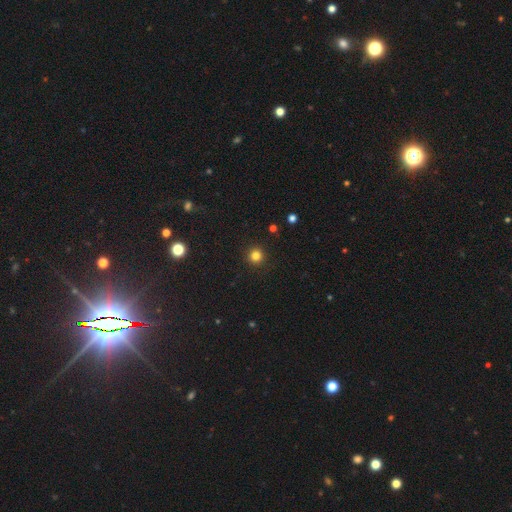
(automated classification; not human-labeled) A smooth galaxy with no disk features (81%) that is round (95%).

Vote fractions:
- Smooth or featured? smooth: 81% / star or artifact: 14% / featured or disk: 4%
- How rounded? round: 95% / in between: 4% / cigar-shaped: 1%
- Merging? none: 93% / minor disturbance: 4% / major disturbance: 2% / merger: 1%